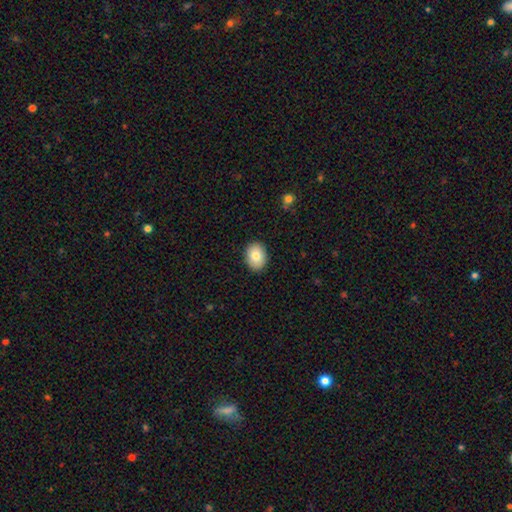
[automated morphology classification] Smooth or featured? smooth (82%)
How rounded? in between (67%)
Merging? none (90%)